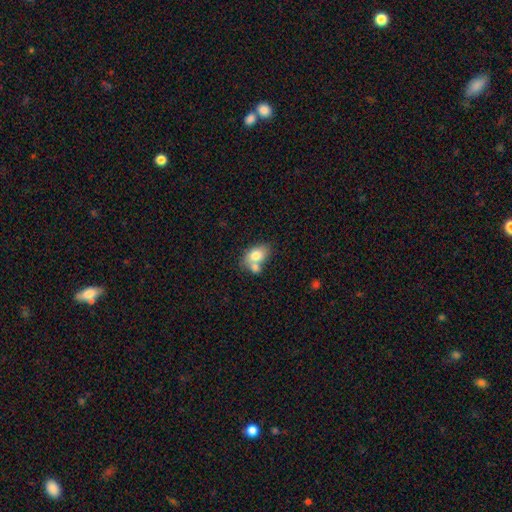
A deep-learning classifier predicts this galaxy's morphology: smooth 77%, featured or disk 16%, star or artifact 8%. Down the decision tree: how rounded — in between (82%); merging — merger (42%).